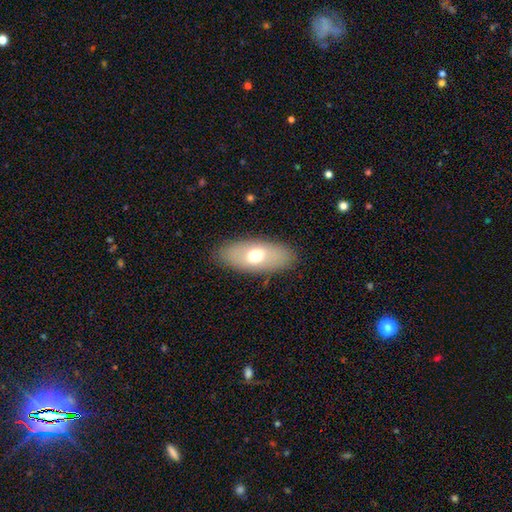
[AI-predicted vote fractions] Overall: smooth (64%; featured or disk 28%). How rounded: in between (88%). Merging: none (85%).